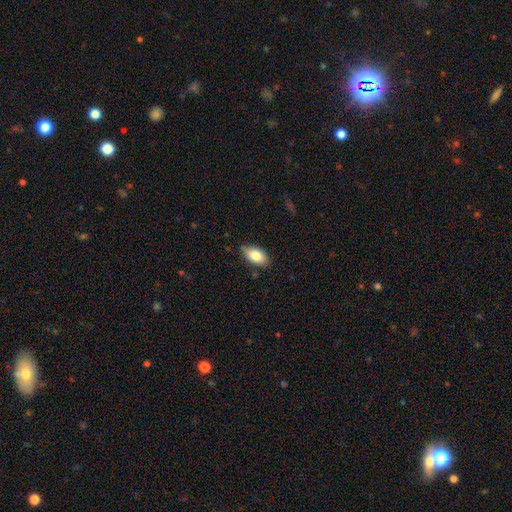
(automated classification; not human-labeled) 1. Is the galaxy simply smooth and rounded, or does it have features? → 82% smooth, 11% featured or disk, 7% star or artifact.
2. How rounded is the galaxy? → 92% in between, 5% round, 3% cigar-shaped.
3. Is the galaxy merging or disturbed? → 78% none, 18% minor disturbance, 3% major disturbance, 2% merger.